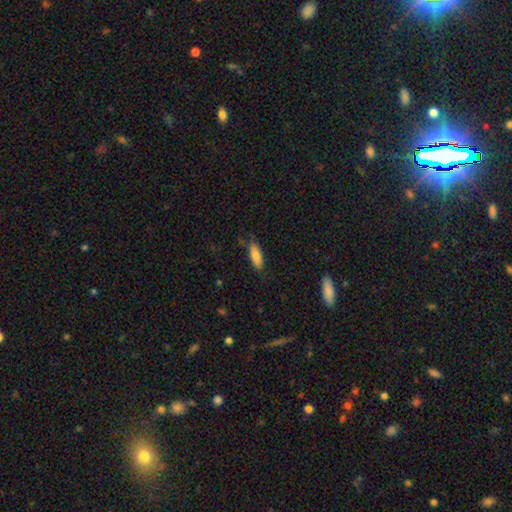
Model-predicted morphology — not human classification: smooth 82%, featured or disk 11%, star or artifact 6%. Down the decision tree: how rounded — in between (65%); merging — none (76%).